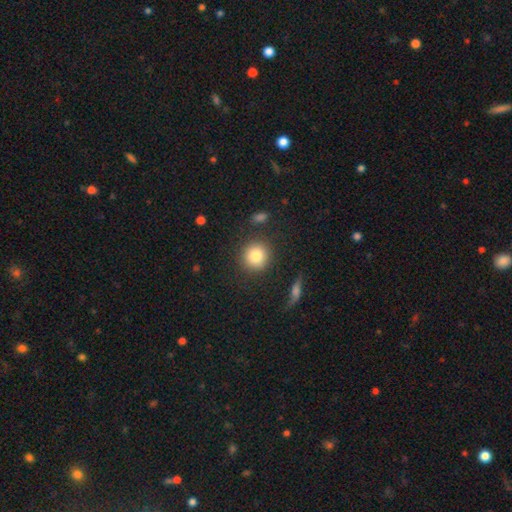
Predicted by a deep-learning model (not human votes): Smooth or featured: smooth — 82% (star or artifact — 9%)
How rounded: round — 91% (in between — 8%)
Merging: none — 86% (minor disturbance — 8%)